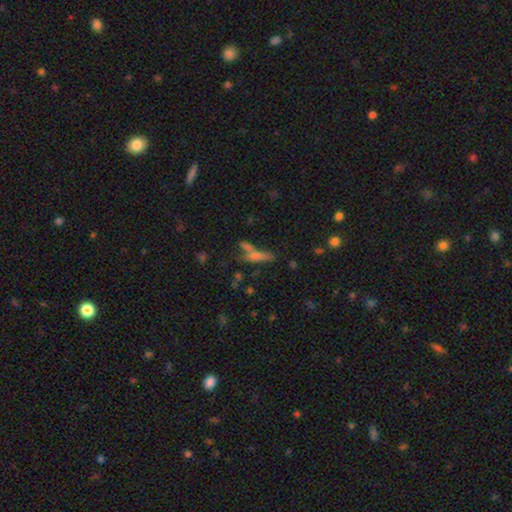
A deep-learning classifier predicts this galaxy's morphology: Q: Smooth or featured?
A: smooth (47%); runner-up: featured or disk (38%)
Q: Merging?
A: none (52%); runner-up: merger (28%)